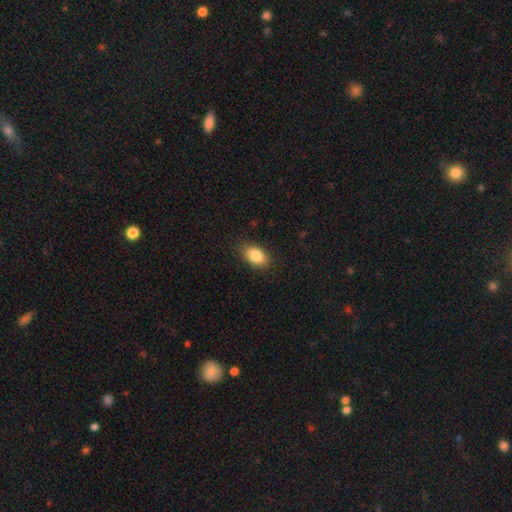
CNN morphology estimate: Smooth or featured?
  - smooth: 84% *
  - featured or disk: 8%
  - star or artifact: 8%
How rounded?
  - in between: 88% *
  - round: 11%
  - cigar-shaped: 2%
Merging?
  - none: 87% *
  - minor disturbance: 10%
  - major disturbance: 2%
  - merger: 1%